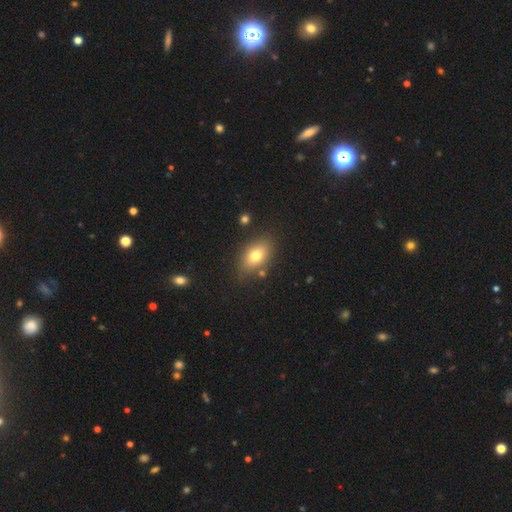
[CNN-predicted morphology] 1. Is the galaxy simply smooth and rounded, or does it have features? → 74% smooth, 16% featured or disk, 10% star or artifact.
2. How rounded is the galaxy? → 83% in between, 14% round, 3% cigar-shaped.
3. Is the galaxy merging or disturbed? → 80% none, 12% minor disturbance, 4% merger, 4% major disturbance.